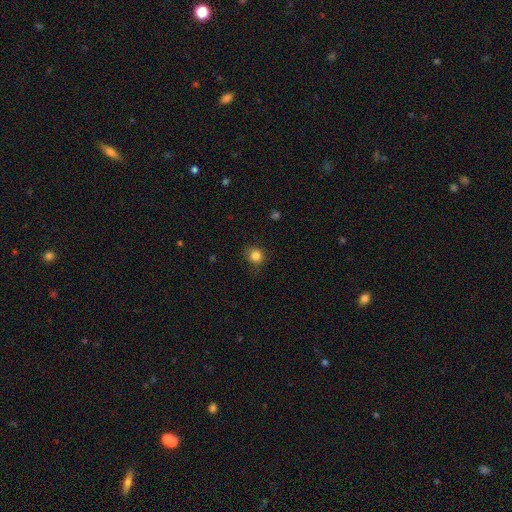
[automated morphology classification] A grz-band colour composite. It shows a smooth galaxy with no disk features (84%) that is round (87%). Merging: none (83%).